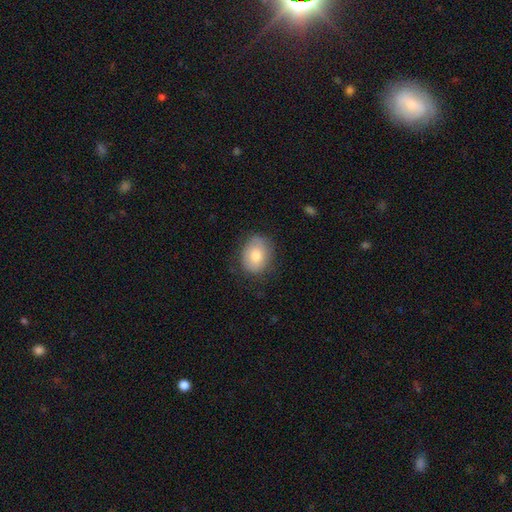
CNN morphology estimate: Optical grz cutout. It shows a smooth galaxy with no disk features (75%) that is in between round and cigar-shaped (54%). Merging: none (76%).